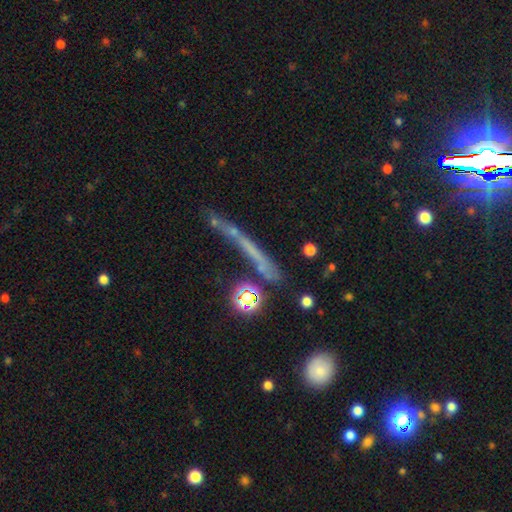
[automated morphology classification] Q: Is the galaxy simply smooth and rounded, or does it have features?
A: featured or disk — 41%.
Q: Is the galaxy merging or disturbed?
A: none — 61%.